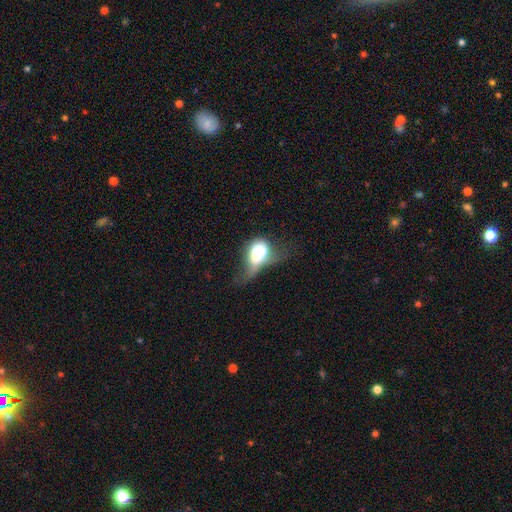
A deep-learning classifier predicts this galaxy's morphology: Q: Smooth or featured?
A: smooth (58%); runner-up: featured or disk (33%)
Q: How rounded?
A: in between (64%); runner-up: round (33%)
Q: Merging?
A: merger (40%); runner-up: major disturbance (34%)